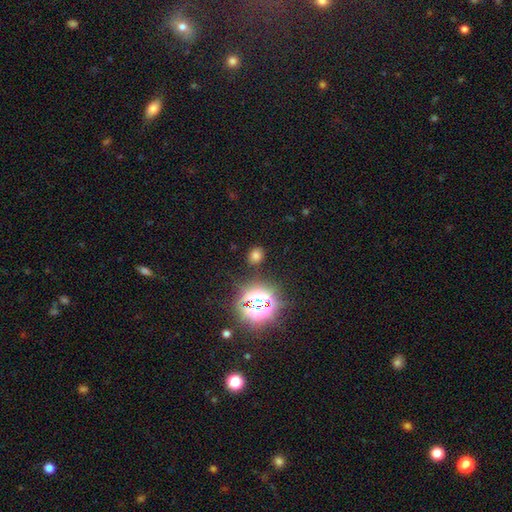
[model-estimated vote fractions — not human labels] Smooth or featured: smooth — 65% (star or artifact — 29%)
How rounded: round — 60% (in between — 39%)
Merging: none — 84% (minor disturbance — 10%)